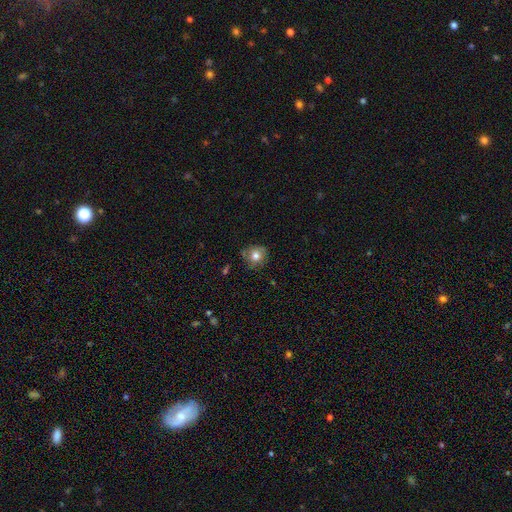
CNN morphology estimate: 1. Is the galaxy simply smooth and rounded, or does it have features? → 75% smooth, 14% featured or disk, 10% star or artifact.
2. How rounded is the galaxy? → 85% round, 14% in between, 1% cigar-shaped.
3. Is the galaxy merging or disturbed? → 73% none, 20% minor disturbance, 5% major disturbance, 2% merger.